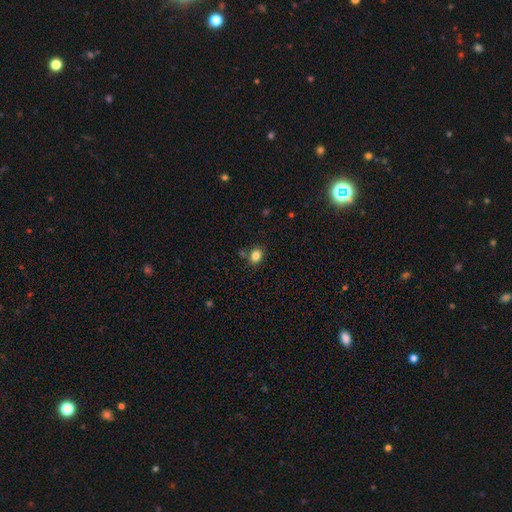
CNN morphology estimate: Smooth or featured? smooth (83%)
How rounded? in between (53%)
Merging? none (78%)